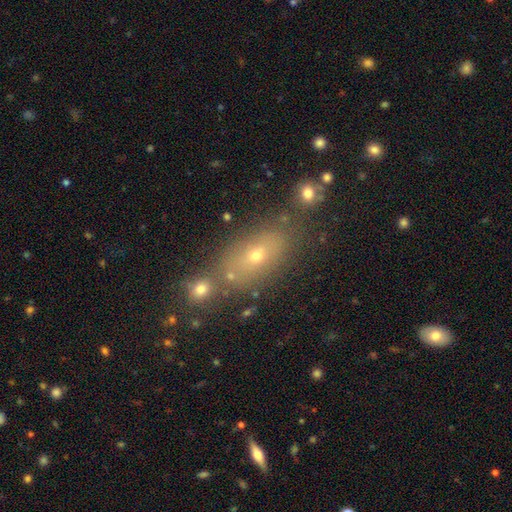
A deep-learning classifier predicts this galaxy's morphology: Smooth or featured?
  - smooth: 49% *
  - star or artifact: 26%
  - featured or disk: 25%
Merging?
  - none: 69% *
  - merger: 14%
  - minor disturbance: 12%
  - major disturbance: 5%